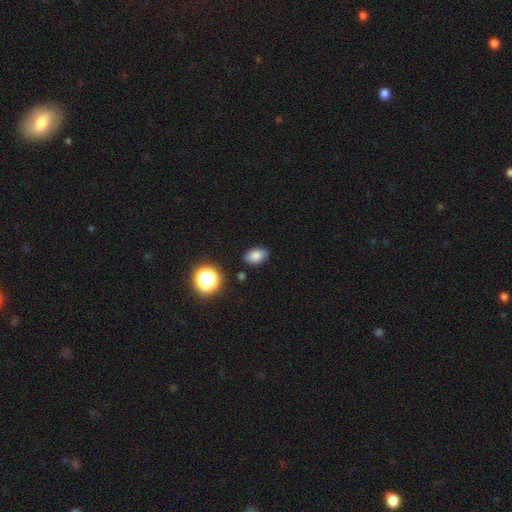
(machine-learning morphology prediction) Q: Smooth or featured?
A: smooth (81%); runner-up: star or artifact (12%)
Q: How rounded?
A: in between (85%); runner-up: round (13%)
Q: Merging?
A: none (85%); runner-up: minor disturbance (10%)